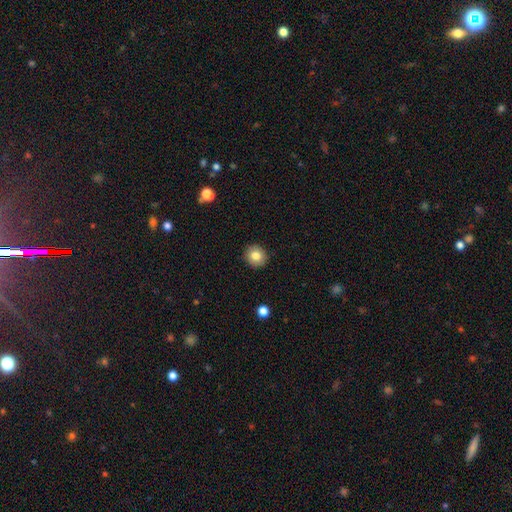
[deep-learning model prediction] The model was most divided on "smooth or featured": smooth: 81%, featured or disk: 9%, star or artifact: 9%. More confident: merging — none (91%); how rounded — round (88%).